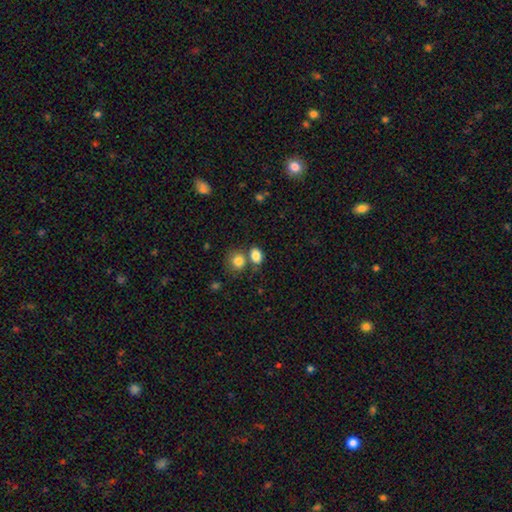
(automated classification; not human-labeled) This appears to be a smooth galaxy with no disk features (83%) that is in between round and cigar-shaped (65%). Merging: none (55%).